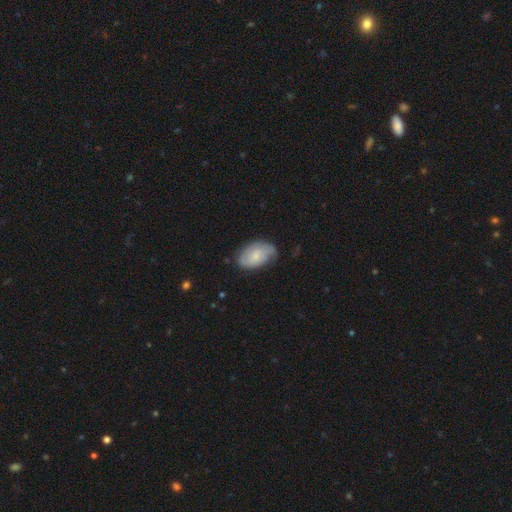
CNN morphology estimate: smooth_or_featured: smooth (p=0.47) [tied with: featured or disk p=0.47]
merging: none (p=0.65) [alt: minor disturbance p=0.27]